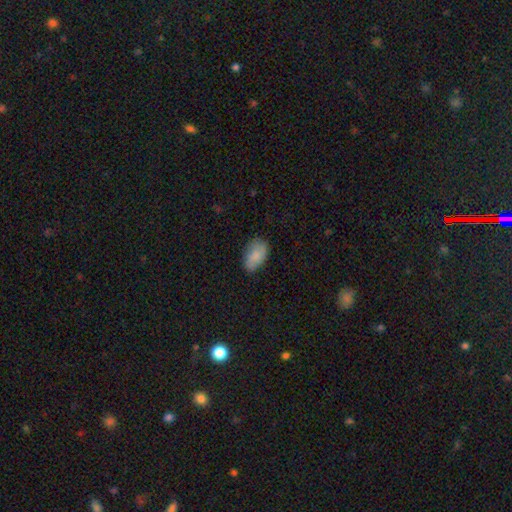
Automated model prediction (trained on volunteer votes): Q: Smooth or featured?
A: smooth (78%); runner-up: featured or disk (15%)
Q: How rounded?
A: in between (92%); runner-up: round (6%)
Q: Merging?
A: none (74%); runner-up: minor disturbance (21%)